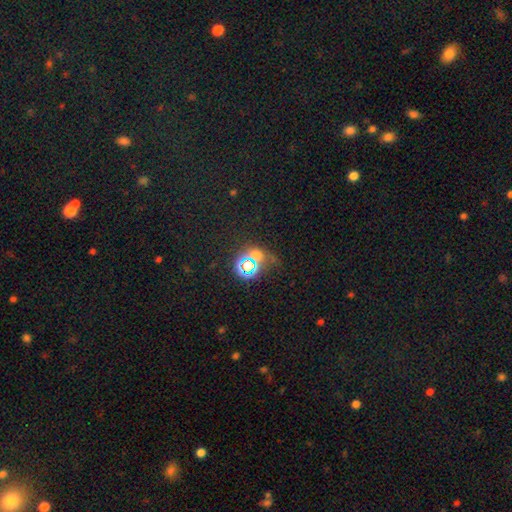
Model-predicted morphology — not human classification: Smooth or featured: star or artifact — 56% (smooth — 32%)